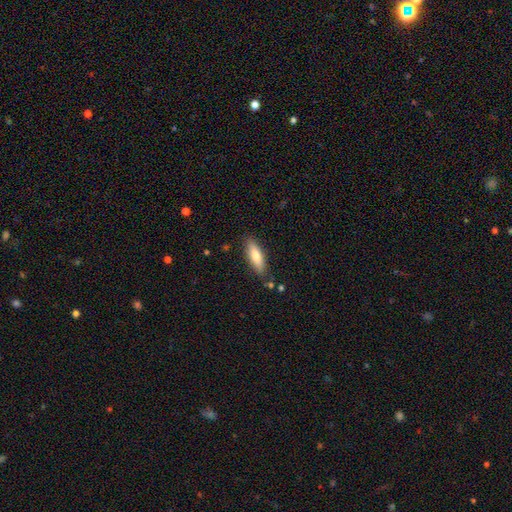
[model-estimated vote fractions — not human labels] Smooth or featured: smooth — 73% (featured or disk — 21%)
How rounded: cigar-shaped — 50% (in between — 48%)
Merging: none — 84% (minor disturbance — 12%)